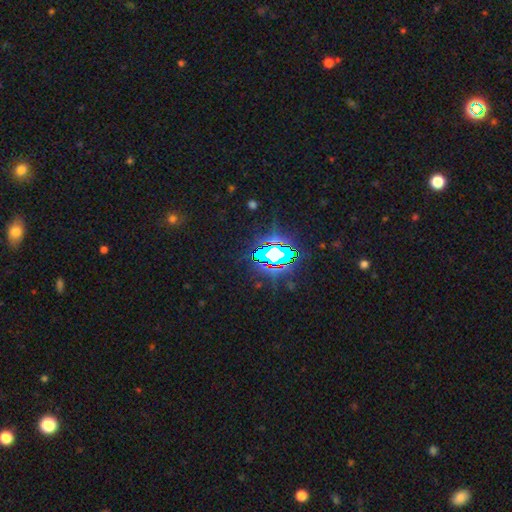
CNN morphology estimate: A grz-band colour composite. It shows a star or artifact, not a galaxy (79%).